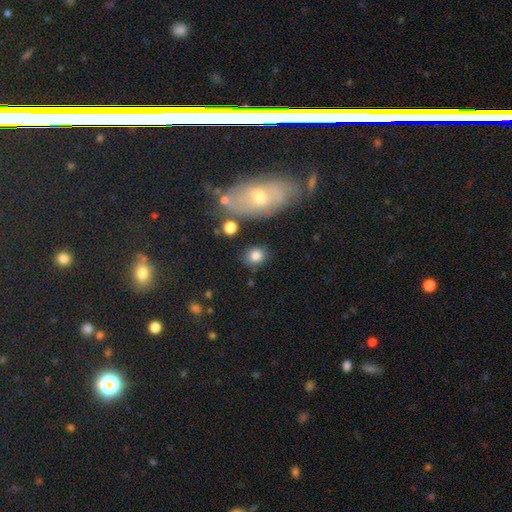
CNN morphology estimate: Smooth or featured?
  - smooth: 80% *
  - featured or disk: 10%
  - star or artifact: 10%
How rounded?
  - round: 70% *
  - in between: 29%
  - cigar-shaped: 2%
Merging?
  - none: 76% *
  - minor disturbance: 13%
  - merger: 7%
  - major disturbance: 5%